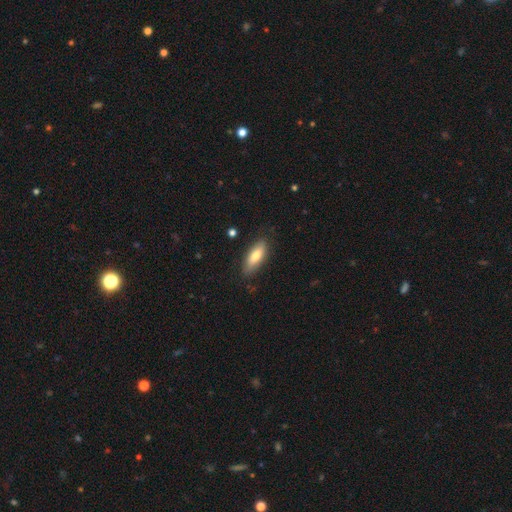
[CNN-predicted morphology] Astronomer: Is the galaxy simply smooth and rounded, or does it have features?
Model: smooth — 73%.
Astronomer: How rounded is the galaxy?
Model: in between — 67%.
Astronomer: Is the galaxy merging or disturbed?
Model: none — 82%.